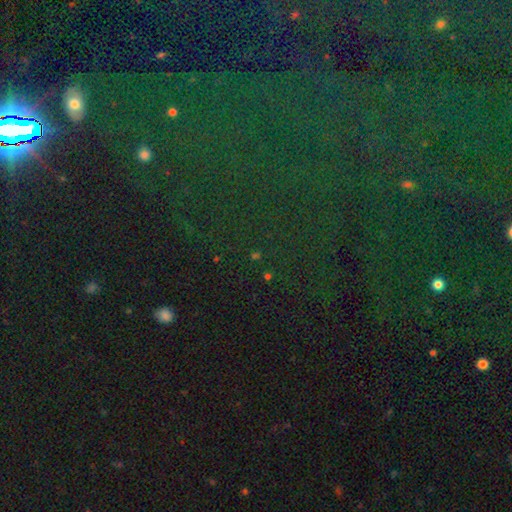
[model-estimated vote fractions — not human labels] smooth-or-featured: star or artifact: 71% | smooth: 20% | featured or disk: 9%